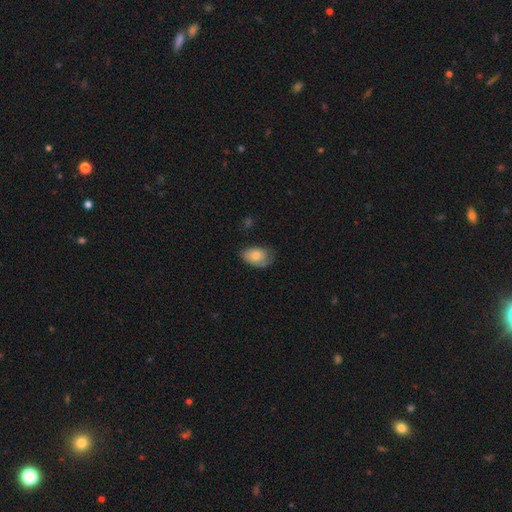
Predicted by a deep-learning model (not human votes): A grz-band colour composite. It shows a smooth galaxy with no disk features (74%) that is in between round and cigar-shaped (87%). Merging: none (54%).